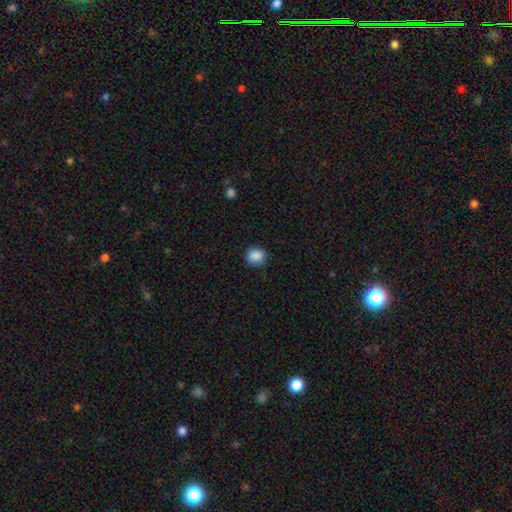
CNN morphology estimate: The model was most divided on "how rounded": round: 78%, in between: 21%, cigar-shaped: 1%. More confident: smooth or featured — smooth (88%); merging — none (83%).